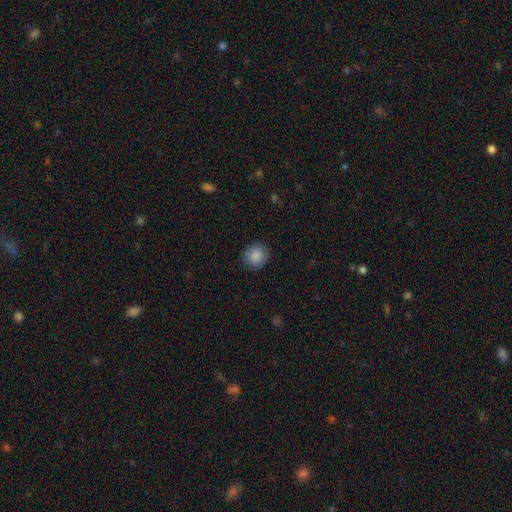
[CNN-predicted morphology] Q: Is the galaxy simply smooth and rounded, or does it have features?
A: smooth — 88%.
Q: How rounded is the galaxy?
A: round — 91%.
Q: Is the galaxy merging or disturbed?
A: none — 89%.